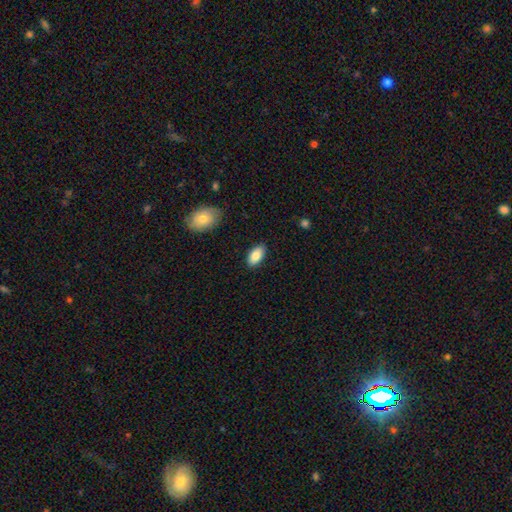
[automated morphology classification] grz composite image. It shows a smooth galaxy with no disk features (83%) that is in between round and cigar-shaped (94%). Merging: none (87%).